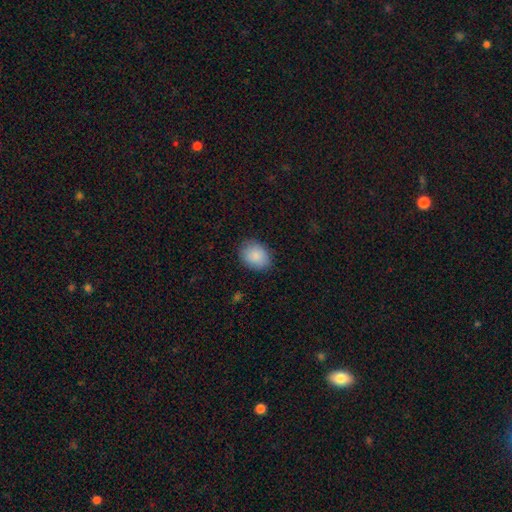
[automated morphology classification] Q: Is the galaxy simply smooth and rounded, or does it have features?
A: smooth — 88%.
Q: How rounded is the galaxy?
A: in between — 58%.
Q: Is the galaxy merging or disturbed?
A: none — 85%.